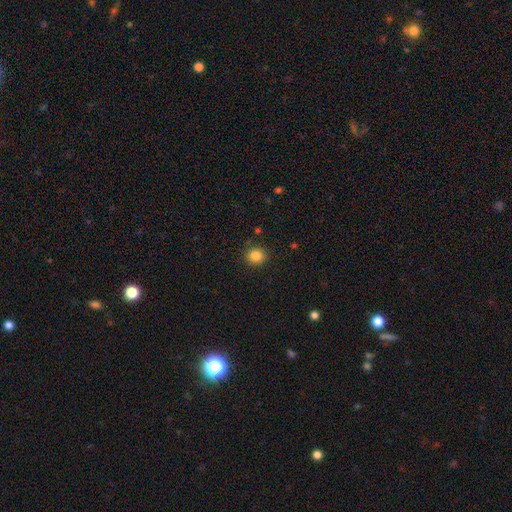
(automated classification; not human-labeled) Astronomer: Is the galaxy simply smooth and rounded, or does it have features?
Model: smooth — 84%.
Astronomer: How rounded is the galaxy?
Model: round — 86%.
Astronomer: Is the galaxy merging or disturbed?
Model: none — 88%.